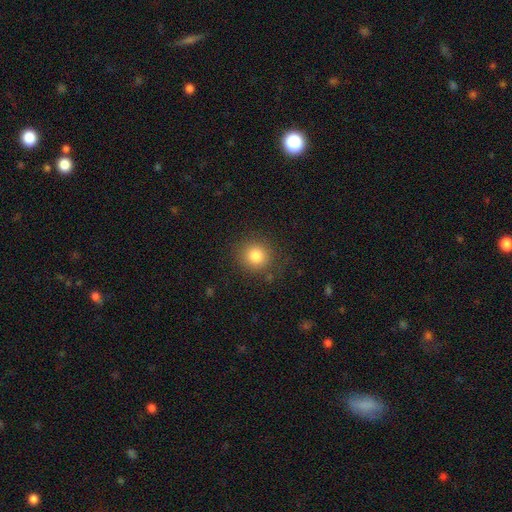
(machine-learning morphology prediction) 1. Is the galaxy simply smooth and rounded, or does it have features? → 82% smooth, 11% star or artifact, 6% featured or disk.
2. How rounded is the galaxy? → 90% round, 9% in between, 1% cigar-shaped.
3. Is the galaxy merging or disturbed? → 85% none, 10% minor disturbance, 4% major disturbance, 2% merger.